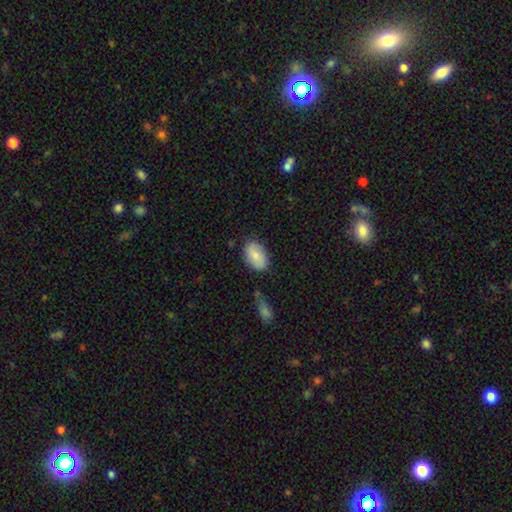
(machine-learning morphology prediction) A smooth galaxy with no disk features (79%) that is in between round and cigar-shaped (90%).

Vote fractions:
- Smooth or featured? smooth: 79% / featured or disk: 15% / star or artifact: 6%
- How rounded? in between: 90% / round: 8% / cigar-shaped: 1%
- Merging? none: 77% / minor disturbance: 16% / major disturbance: 3% / merger: 3%